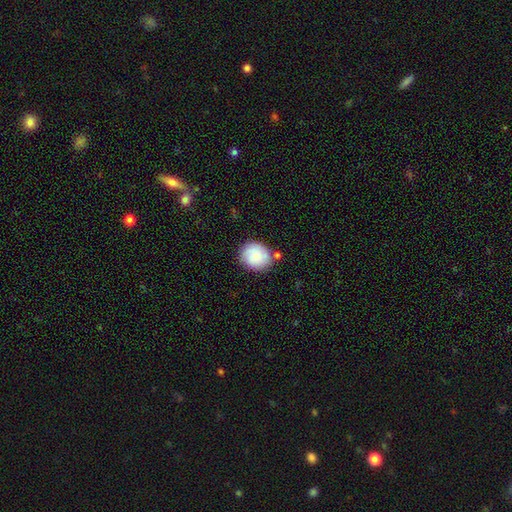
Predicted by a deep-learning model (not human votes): Q: Smooth or featured?
A: smooth (77%); runner-up: featured or disk (16%)
Q: How rounded?
A: round (73%); runner-up: in between (26%)
Q: Merging?
A: none (73%); runner-up: minor disturbance (17%)